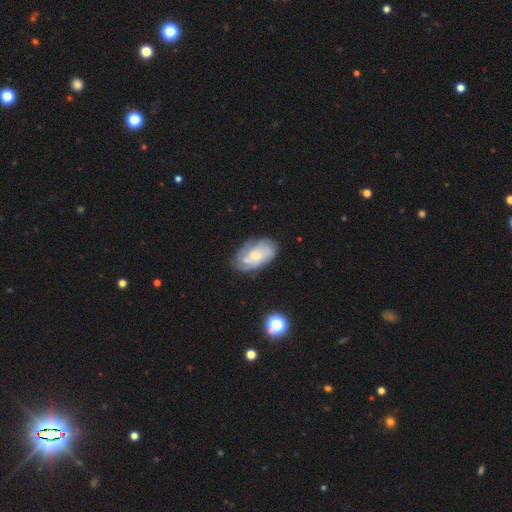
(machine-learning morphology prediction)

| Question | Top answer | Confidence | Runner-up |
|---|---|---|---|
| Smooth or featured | featured or disk | 60% | smooth (32%) |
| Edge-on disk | no | 95% | yes (5%) |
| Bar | no | 68% | weak (27%) |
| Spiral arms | yes | 80% | no (20%) |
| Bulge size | small | 41% | moderate (38%) |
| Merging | none | 67% | minor disturbance (22%) |